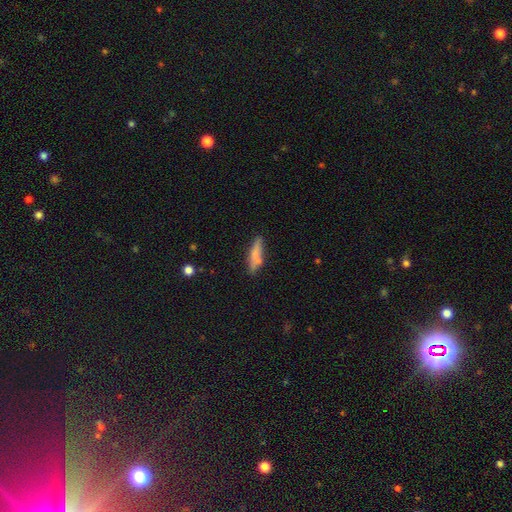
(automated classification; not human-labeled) Morphology: type=smooth (70%); roundness=cigar-shaped (75%); merging=none (73%).